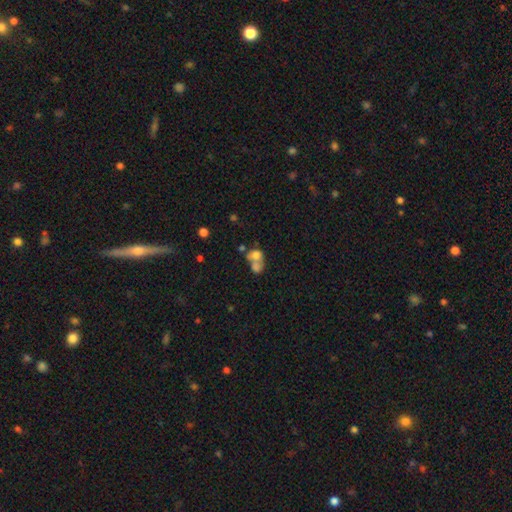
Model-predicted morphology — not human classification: smooth-or-featured: smooth: 61% | featured or disk: 24% | star or artifact: 15%
  how-rounded: round: 58% | in between: 41% | cigar-shaped: 1%
  merging: merger: 65% | none: 22% | minor disturbance: 7% | major disturbance: 6%